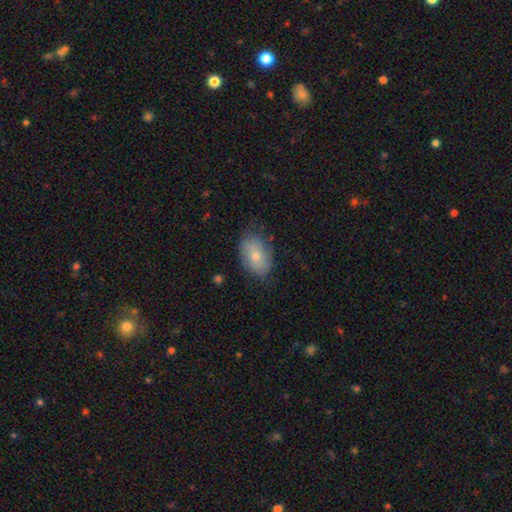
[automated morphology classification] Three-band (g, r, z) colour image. It shows a smooth galaxy with no disk features (68%) that is in between round and cigar-shaped (87%). Merging: none (66%).